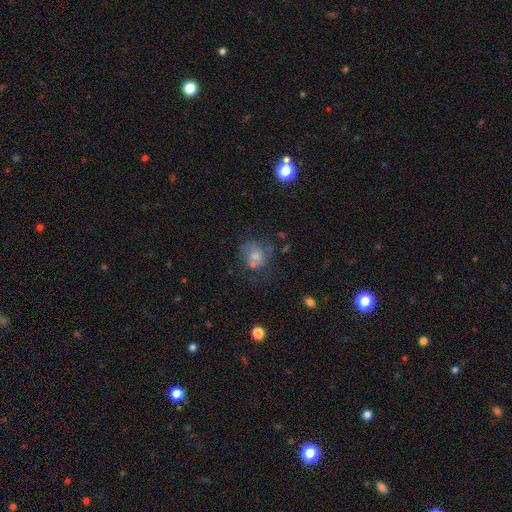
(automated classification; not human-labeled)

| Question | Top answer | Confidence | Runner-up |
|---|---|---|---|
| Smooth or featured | smooth | 48% | featured or disk (32%) |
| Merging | none | 53% | minor disturbance (20%) |